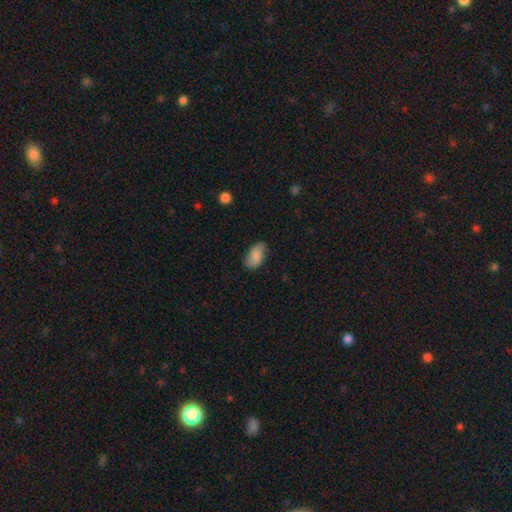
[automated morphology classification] type=smooth (71%); roundness=in between (93%); merging=none (73%).